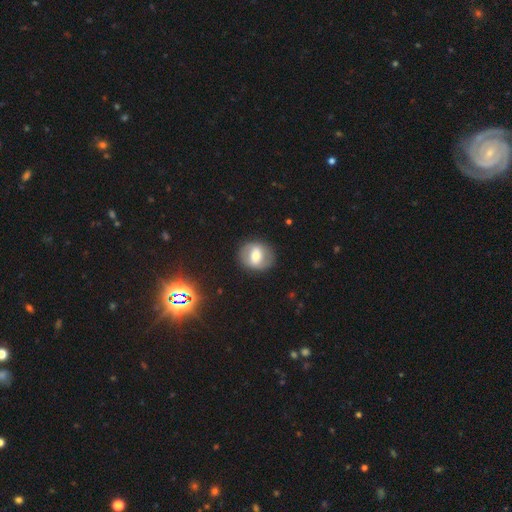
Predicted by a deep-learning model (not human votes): A featured or disk galaxy (46%, tied with smooth).

Vote fractions:
- Smooth or featured? featured or disk: 46% (tied) / smooth: 46% (tied) / star or artifact: 8%
- Merging? none: 84% / minor disturbance: 10% / major disturbance: 5% / merger: 1%